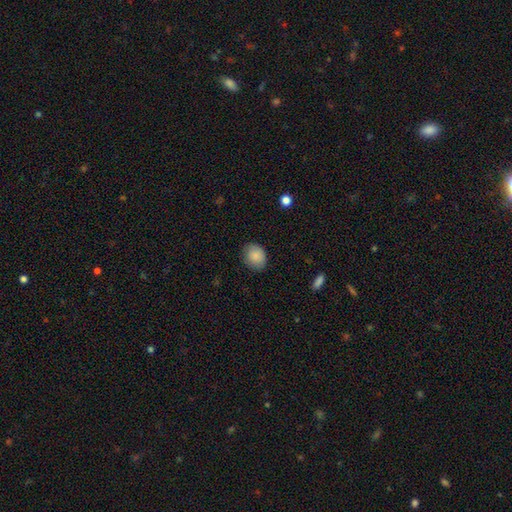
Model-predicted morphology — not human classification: Smooth or featured? smooth (88%)
How rounded? round (52%)
Merging? none (81%)